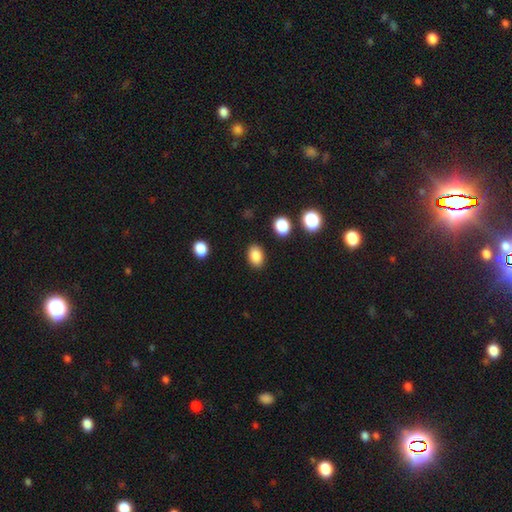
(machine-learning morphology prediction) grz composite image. It shows a smooth galaxy with no disk features (86%) that is in between round and cigar-shaped (75%). Merging: none (88%).